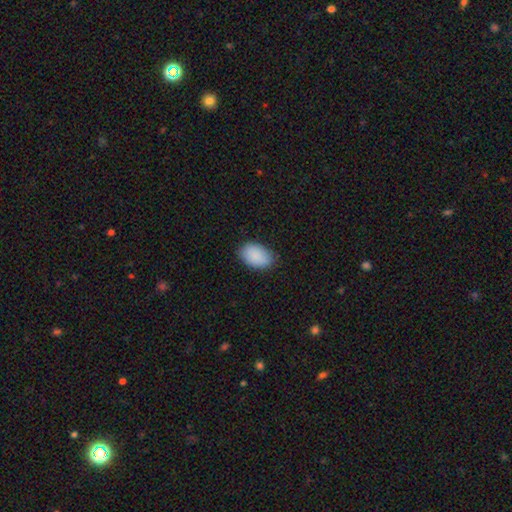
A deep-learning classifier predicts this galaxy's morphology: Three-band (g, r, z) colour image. It shows a smooth galaxy with no disk features (89%) that is in between round and cigar-shaped (90%). Merging: none (81%).